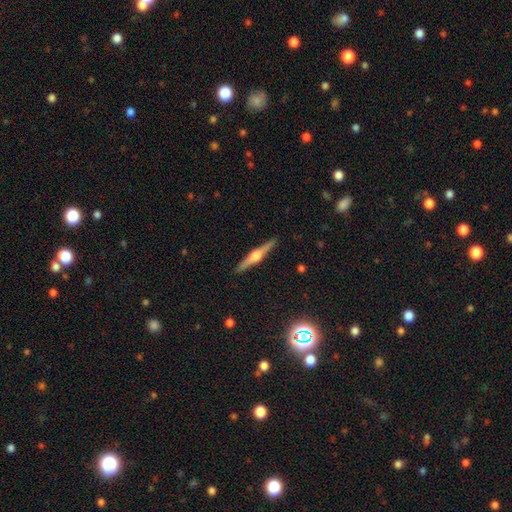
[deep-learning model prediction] Overall: featured or disk (78%). Edge-on disk: yes (98%). Edge-on bulge: rounded (92%). Merging: none (92%).